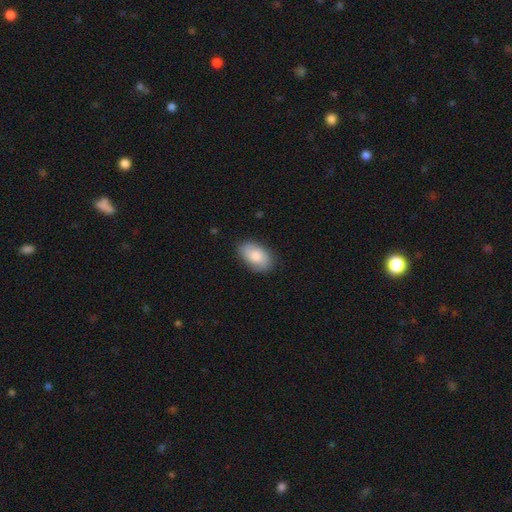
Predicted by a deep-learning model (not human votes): Q: Smooth or featured?
A: smooth (82%); runner-up: featured or disk (12%)
Q: How rounded?
A: in between (93%); runner-up: round (5%)
Q: Merging?
A: none (82%); runner-up: minor disturbance (14%)